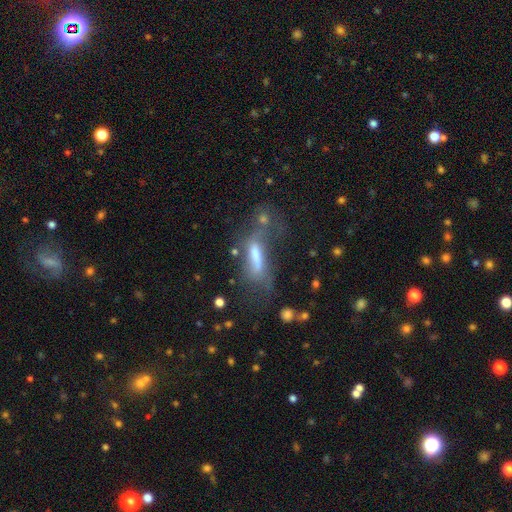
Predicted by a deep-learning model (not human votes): Smooth or featured? Predicted: smooth (p=0.45). Merging? Predicted: major disturbance (p=0.34).